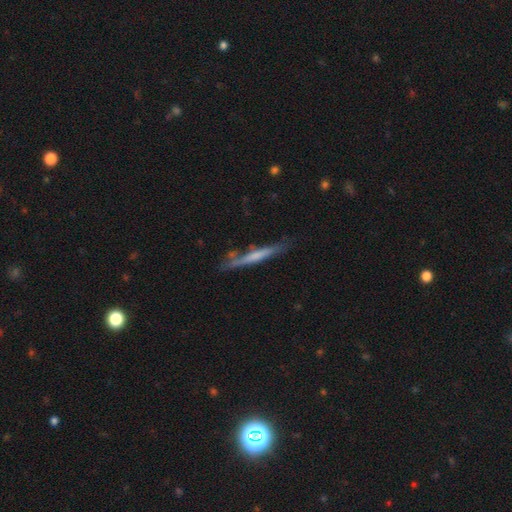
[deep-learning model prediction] Smooth or featured? Predicted: featured or disk (p=0.47, tied with smooth). Merging? Predicted: none (p=0.74).